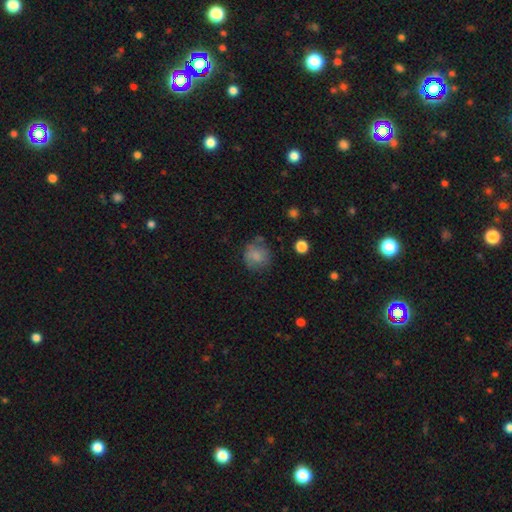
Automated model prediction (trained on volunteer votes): This appears to be a smooth galaxy with no disk features (71%) that is round (80%). Merging: none (61%).